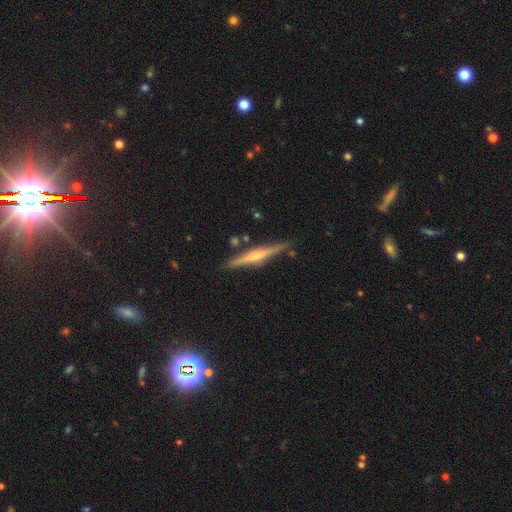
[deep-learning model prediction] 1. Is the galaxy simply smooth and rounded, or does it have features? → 69% featured or disk, 18% smooth, 14% star or artifact.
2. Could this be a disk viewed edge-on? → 94% yes, 6% no.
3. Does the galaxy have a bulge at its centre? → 76% rounded, 14% none, 10% boxy.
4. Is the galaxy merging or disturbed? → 82% none, 13% minor disturbance, 3% major disturbance, 2% merger.